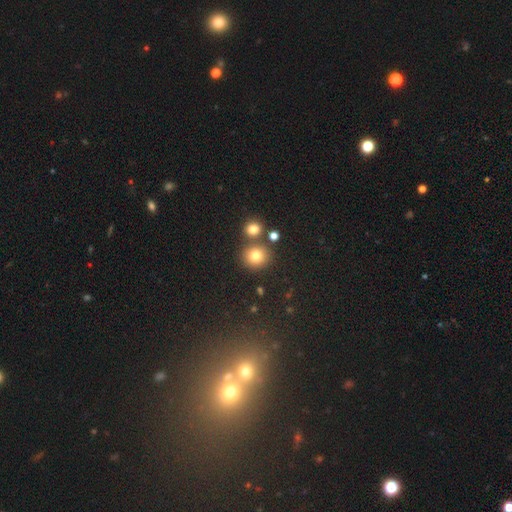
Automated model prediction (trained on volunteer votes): A smooth galaxy with no disk features (77%) that is round (86%).

Vote fractions:
- Smooth or featured? smooth: 77% / star or artifact: 15% / featured or disk: 8%
- How rounded? round: 86% / in between: 13% / cigar-shaped: 1%
- Merging? none: 74% / merger: 15% / minor disturbance: 8% / major disturbance: 3%